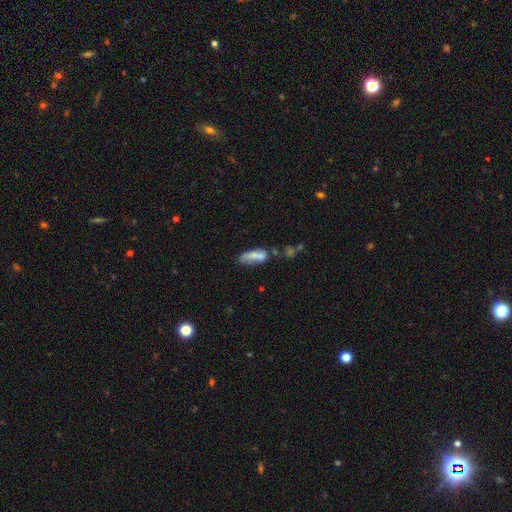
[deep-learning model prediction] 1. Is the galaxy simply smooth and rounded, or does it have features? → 63% smooth, 28% featured or disk, 8% star or artifact.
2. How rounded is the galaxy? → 62% in between, 35% cigar-shaped, 3% round.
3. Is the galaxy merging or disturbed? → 39% none, 26% minor disturbance, 21% merger, 14% major disturbance.